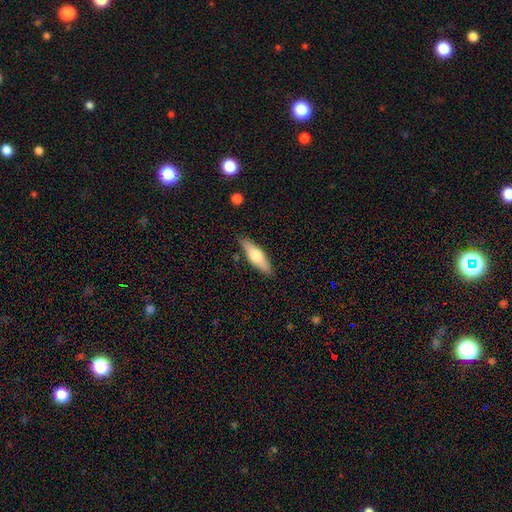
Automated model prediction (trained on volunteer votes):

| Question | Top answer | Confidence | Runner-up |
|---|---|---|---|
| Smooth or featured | smooth | 60% | featured or disk (35%) |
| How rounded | cigar-shaped | 57% | in between (41%) |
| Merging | none | 86% | minor disturbance (10%) |